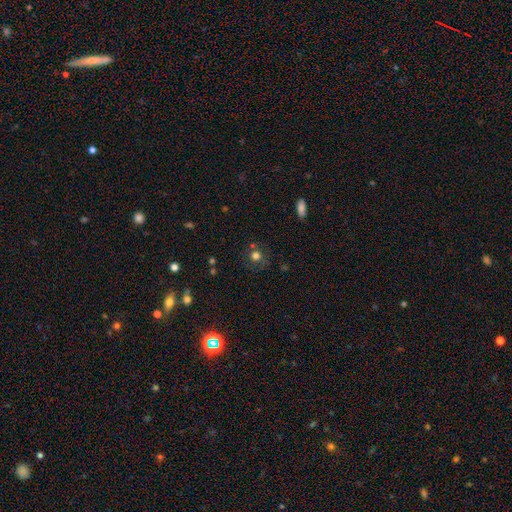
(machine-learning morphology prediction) Smooth or featured? smooth (67%)
How rounded? round (87%)
Merging? none (72%)